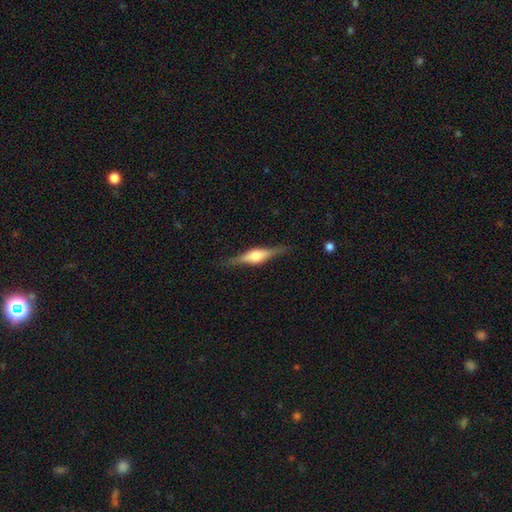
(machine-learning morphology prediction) The model was most divided on "smooth or featured": featured or disk: 71%, smooth: 23%, star or artifact: 6%. More confident: edge-on disk — yes (97%); merging — none (86%); edge-on bulge — rounded (84%).